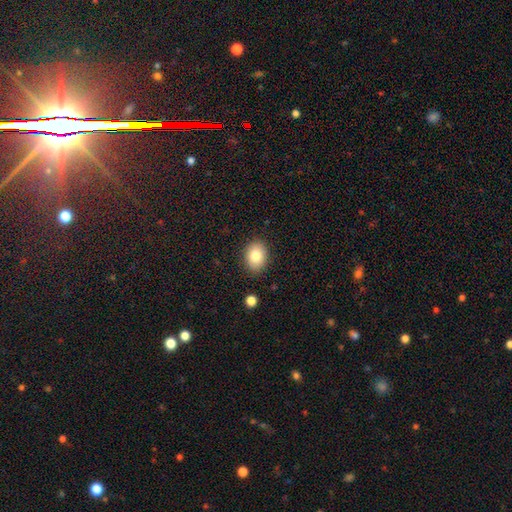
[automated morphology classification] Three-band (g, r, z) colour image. It shows a smooth galaxy with no disk features (83%) that is in between round and cigar-shaped (68%). Merging: none (86%).